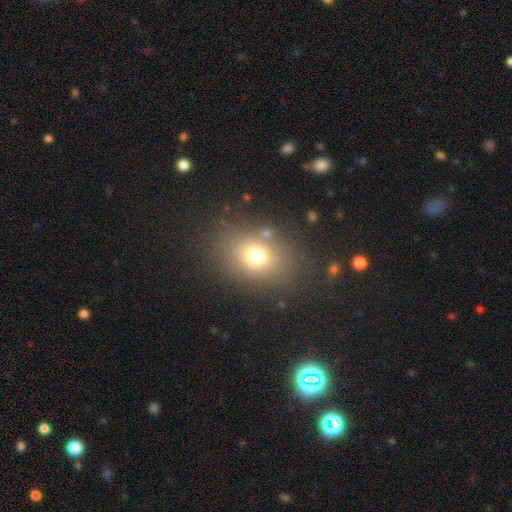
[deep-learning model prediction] This appears to be a smooth galaxy with no disk features (72%) that is in between round and cigar-shaped (58%). Merging: none (79%).